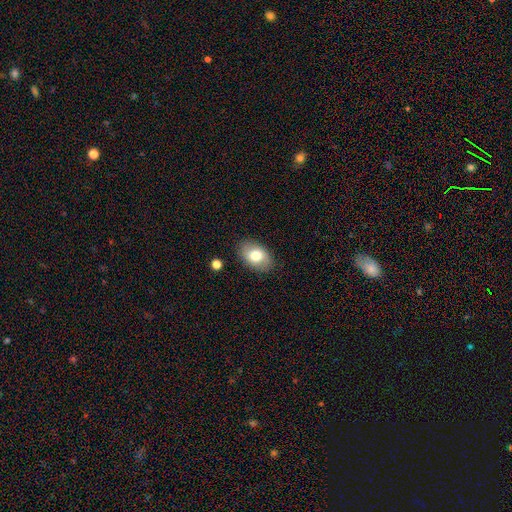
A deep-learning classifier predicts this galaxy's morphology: Smooth or featured? smooth (74%)
How rounded? in between (88%)
Merging? none (85%)